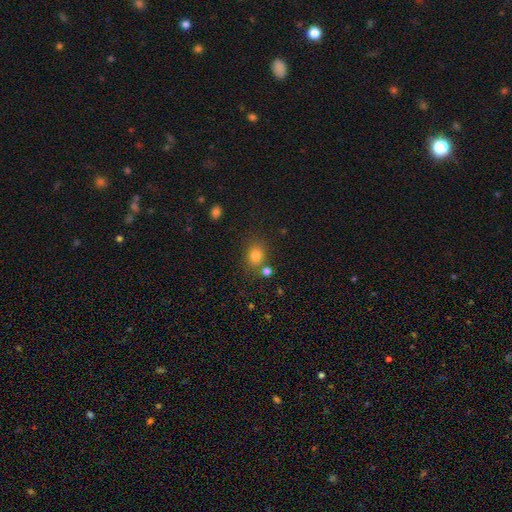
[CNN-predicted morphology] A smooth galaxy with no disk features (80%) that is round (57%). Merging: none (72%).